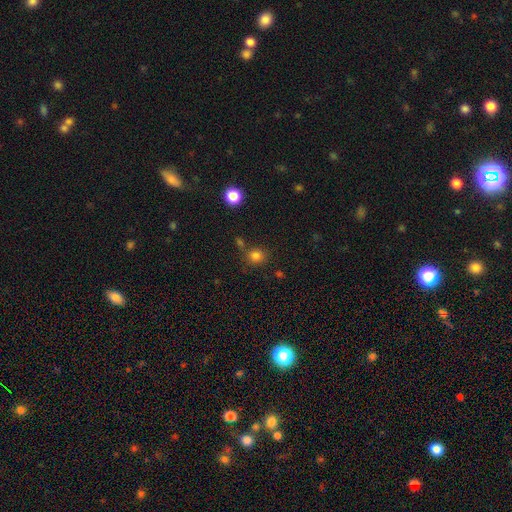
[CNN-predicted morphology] The model was most divided on "how rounded": round: 80%, in between: 19%, cigar-shaped: 1%. More confident: smooth or featured — smooth (80%); merging — none (74%).